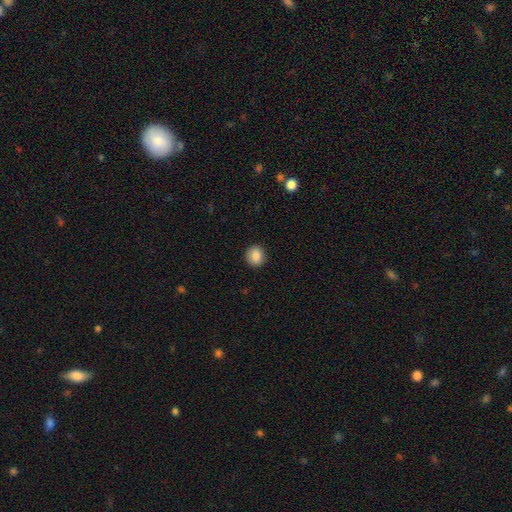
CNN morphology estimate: Smooth or featured: smooth — 87% (star or artifact — 9%)
How rounded: round — 85% (in between — 14%)
Merging: none — 91% (minor disturbance — 6%)